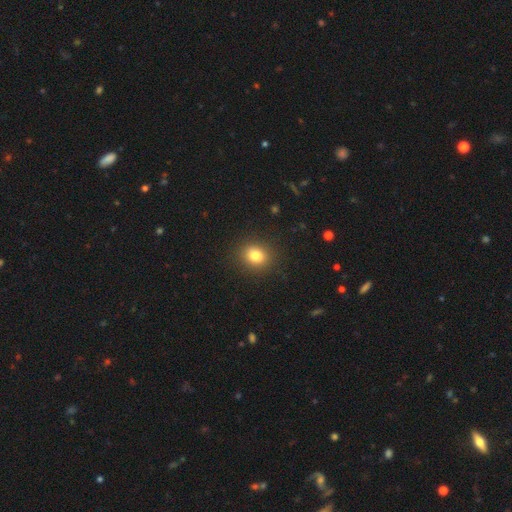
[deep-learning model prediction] Smooth or featured? Predicted: smooth (p=0.81). How rounded? Predicted: round (p=0.61). Merging? Predicted: none (p=0.88).